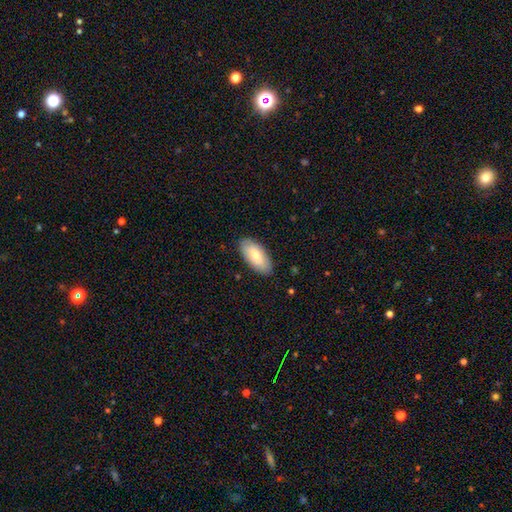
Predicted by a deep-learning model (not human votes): Smooth or featured? Predicted: smooth (p=0.75). How rounded? Predicted: in between (p=0.93). Merging? Predicted: none (p=0.87).